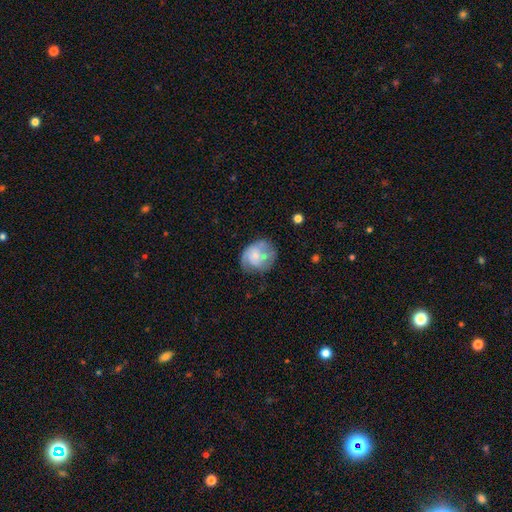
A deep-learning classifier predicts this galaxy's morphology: This is possibly a featured or disk galaxy (49%). Merging: possibly none (50%).